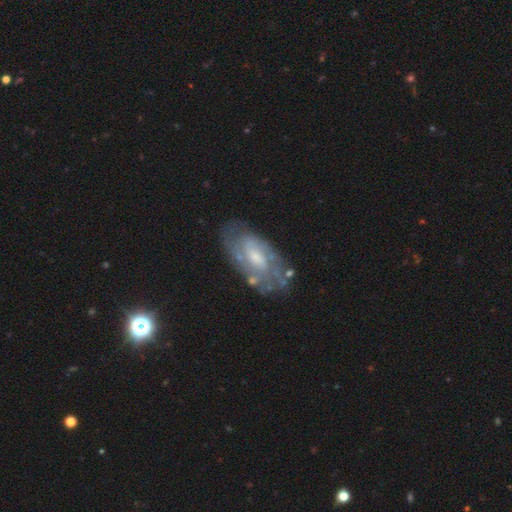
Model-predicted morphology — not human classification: Q: Smooth or featured?
A: featured or disk (74%); runner-up: smooth (17%)
Q: Edge-on disk?
A: no (92%); runner-up: yes (8%)
Q: Bar?
A: weak (50%); runner-up: no (37%)
Q: Spiral arms?
A: yes (81%); runner-up: no (19%)
Q: Spiral winding?
A: tight (54%); runner-up: medium (34%)
Q: Spiral arm count?
A: can't tell (51%); runner-up: 2 (30%)
Q: Bulge size?
A: moderate (47%); runner-up: small (40%)
Q: Merging?
A: none (72%); runner-up: minor disturbance (18%)